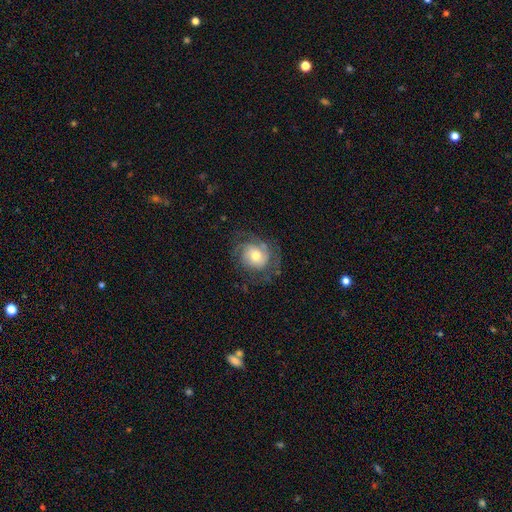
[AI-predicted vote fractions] A featured or disk galaxy (73%) with no bar (74%), tight (55%) spiral arms (92%) and a moderate central bulge (64%). Merging: none (69%).